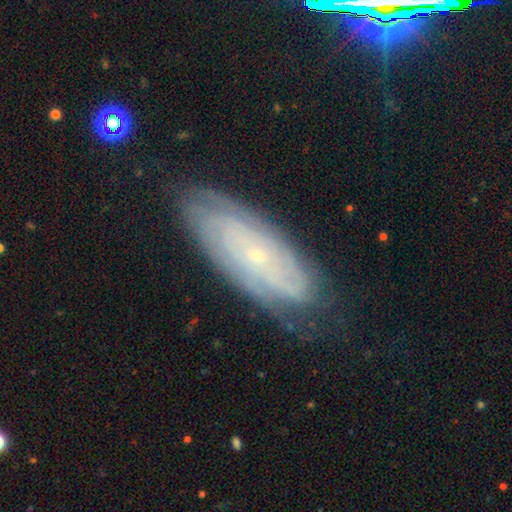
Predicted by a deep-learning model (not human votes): A featured or disk galaxy (77%) with no bar (79%), tight (77%) spiral arms (92%) and a small central bulge (87%).

Vote fractions:
- Smooth or featured? featured or disk: 77% / smooth: 15% / star or artifact: 8%
- Edge-on disk? no: 89% / yes: 11%
- Bar? no: 79% / weak: 17% / strong: 4%
- Spiral arms? yes: 92% / no: 8%
- Spiral winding? tight: 77% / medium: 18% / loose: 5%
- Spiral arm count? can't tell: 50% / 2: 14% / 4: 12% / 3: 11% / more than 4: 8% / 1: 5%
- Bulge size? small: 87% / moderate: 9% / none: 2% / large: 1% / dominant: 1%
- Merging? none: 78% / minor disturbance: 17% / major disturbance: 4% / merger: 1%